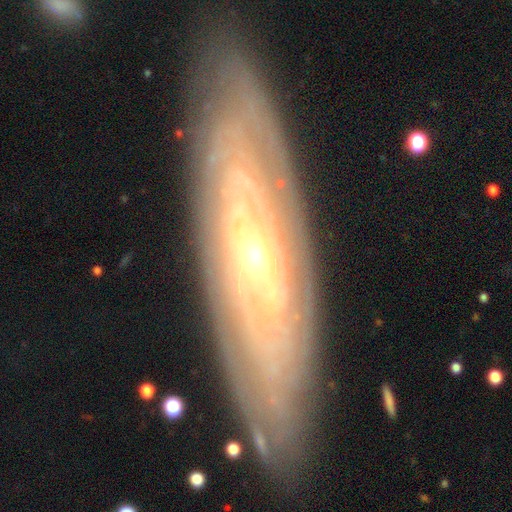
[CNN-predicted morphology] A featured or disk galaxy (82%) with no bar (64%), spiral arms (85%) and a small central bulge (73%).

Vote fractions:
- Smooth or featured? featured or disk: 82% / smooth: 11% / star or artifact: 7%
- Edge-on disk? no: 72% / yes: 28%
- Bar? no: 64% / weak: 24% / strong: 12%
- Spiral arms? yes: 85% / no: 15%
- Bulge size? small: 73% / moderate: 24% / large: 1% / none: 1% / dominant: 1%
- Merging? none: 86% / minor disturbance: 11% / major disturbance: 3% / merger: 1%